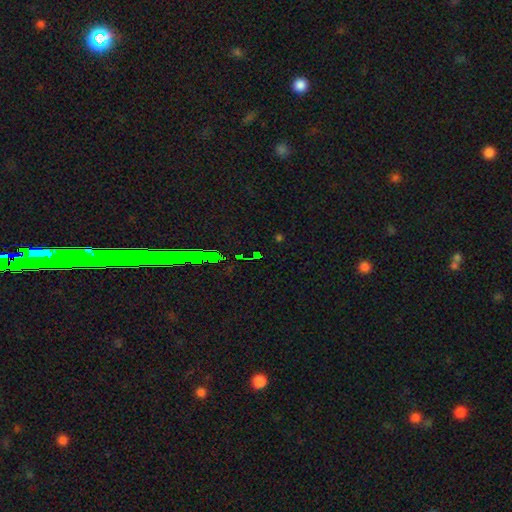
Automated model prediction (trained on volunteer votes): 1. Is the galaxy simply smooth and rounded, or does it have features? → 69% star or artifact, 21% smooth, 10% featured or disk.